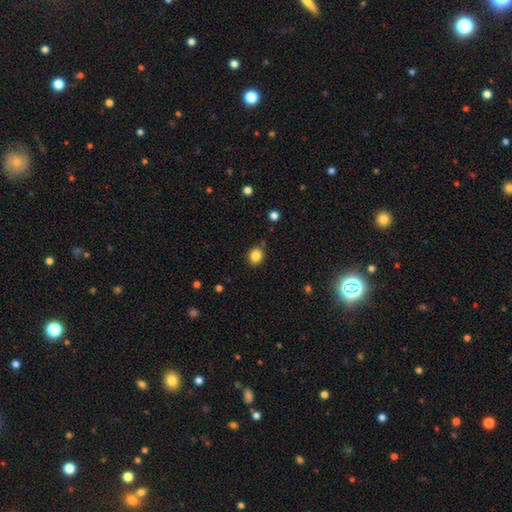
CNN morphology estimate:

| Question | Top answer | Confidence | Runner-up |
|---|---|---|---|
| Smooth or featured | smooth | 84% | star or artifact (11%) |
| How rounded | round | 73% | in between (26%) |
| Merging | none | 82% | minor disturbance (12%) |